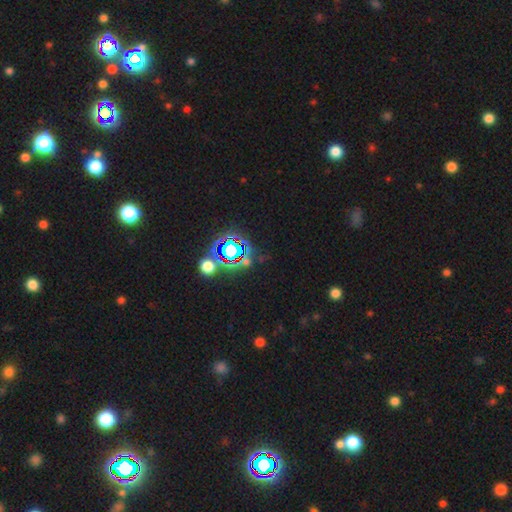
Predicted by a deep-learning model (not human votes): star or artifact 76%, smooth 16%, featured or disk 9%.